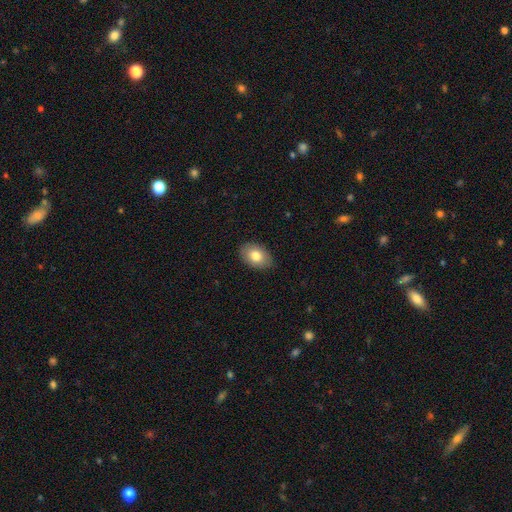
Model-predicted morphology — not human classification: Smooth or featured? smooth (79%)
How rounded? in between (85%)
Merging? none (87%)